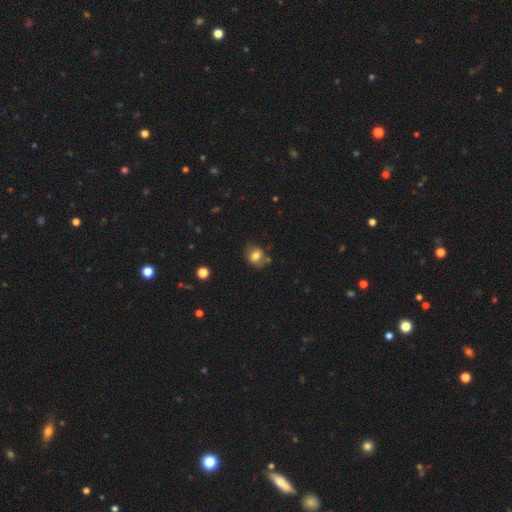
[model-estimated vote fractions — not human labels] Smooth or featured: smooth — 77% (featured or disk — 12%)
How rounded: round — 59% (in between — 40%)
Merging: none — 73% (minor disturbance — 17%)